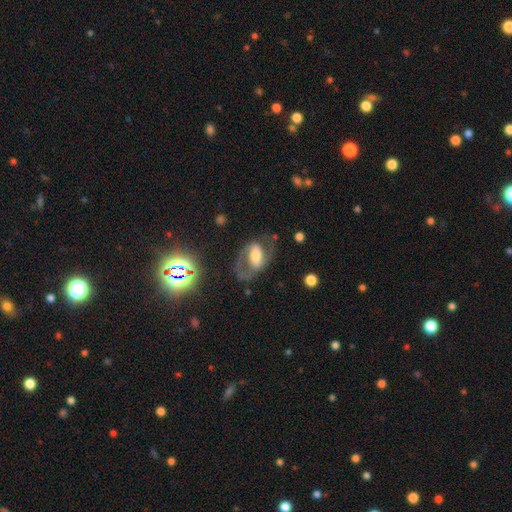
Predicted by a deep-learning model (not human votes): Q: Smooth or featured?
A: featured or disk (69%); runner-up: smooth (22%)
Q: Edge-on disk?
A: no (95%); runner-up: yes (5%)
Q: Bar?
A: strong (44%); runner-up: weak (33%)
Q: Spiral arms?
A: yes (78%); runner-up: no (22%)
Q: Spiral winding?
A: medium (52%); runner-up: loose (26%)
Q: Spiral arm count?
A: 2 (82%); runner-up: can't tell (9%)
Q: Bulge size?
A: moderate (53%); runner-up: large (22%)
Q: Merging?
A: none (59%); runner-up: major disturbance (20%)